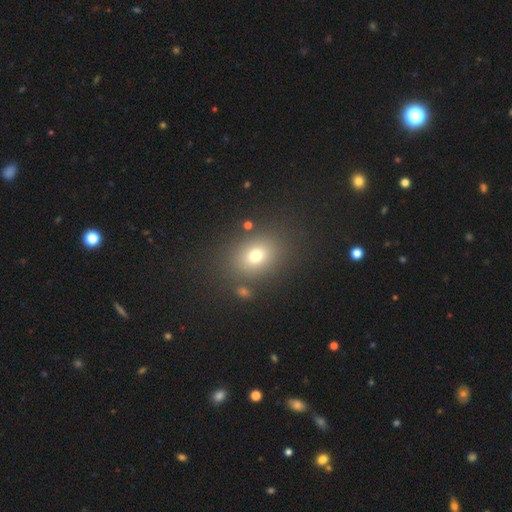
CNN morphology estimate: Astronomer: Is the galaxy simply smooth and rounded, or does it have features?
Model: smooth — 72%.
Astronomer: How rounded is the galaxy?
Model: in between — 56% (runner-up: round, 43%).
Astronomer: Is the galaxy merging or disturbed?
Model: none — 82%.